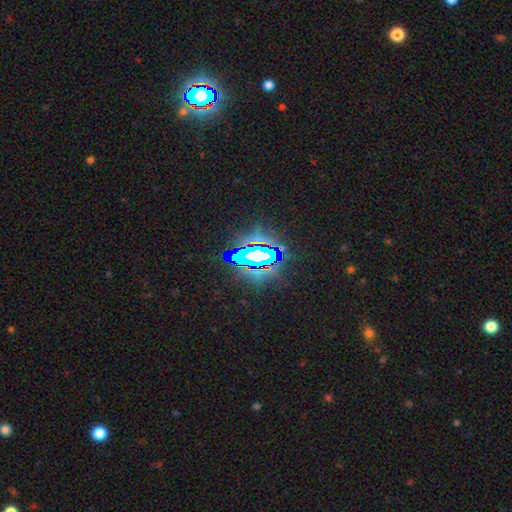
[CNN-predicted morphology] type=star or artifact (71%).